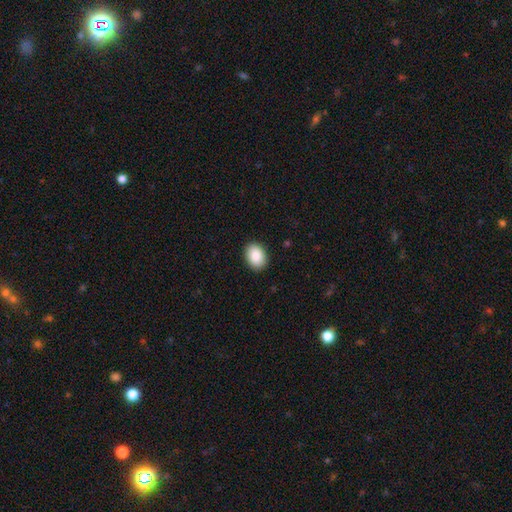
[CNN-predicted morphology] A smooth galaxy with no disk features (88%) that is in between round and cigar-shaped (74%). Merging: none (90%).